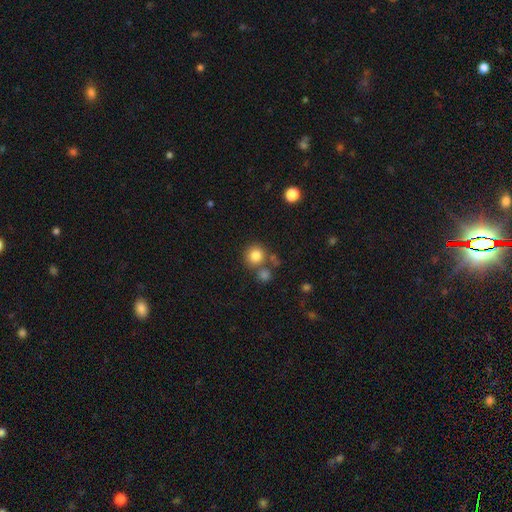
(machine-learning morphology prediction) smooth 81%, star or artifact 12%, featured or disk 7%. Down the decision tree: how rounded — round (91%); merging — none (67%).